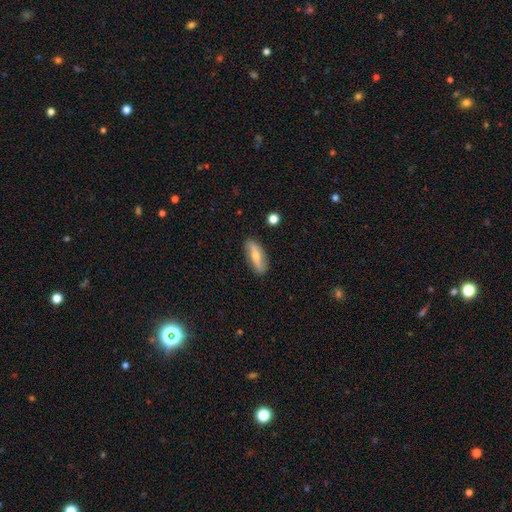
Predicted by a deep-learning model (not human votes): A featured or disk galaxy (56%). Merging: none (86%).